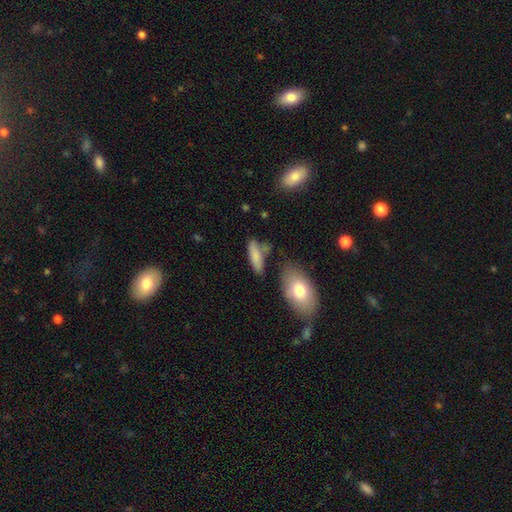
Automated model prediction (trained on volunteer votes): smooth-or-featured: smooth: 79% | featured or disk: 13% | star or artifact: 7%
  how-rounded: in between: 58% | cigar-shaped: 39% | round: 3%
  merging: none: 59% | minor disturbance: 22% | merger: 12% | major disturbance: 7%